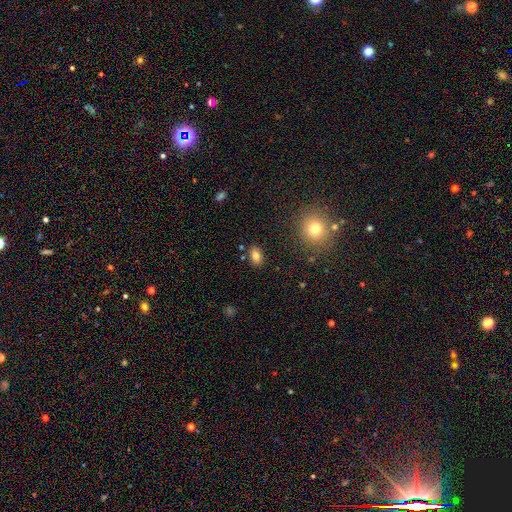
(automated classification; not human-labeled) Overall: smooth (81%). How rounded: in between (86%). Merging: none (85%).